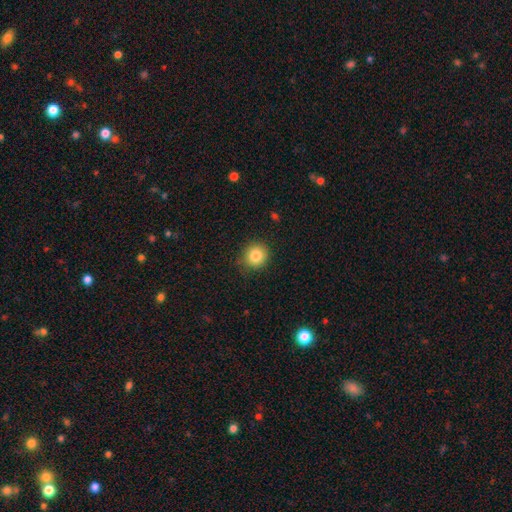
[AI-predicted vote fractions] smooth_or_featured: smooth (p=0.84) [alt: star or artifact p=0.10]
how_rounded: round (p=0.90) [alt: in between p=0.09]
merging: none (p=0.84) [alt: minor disturbance p=0.12]